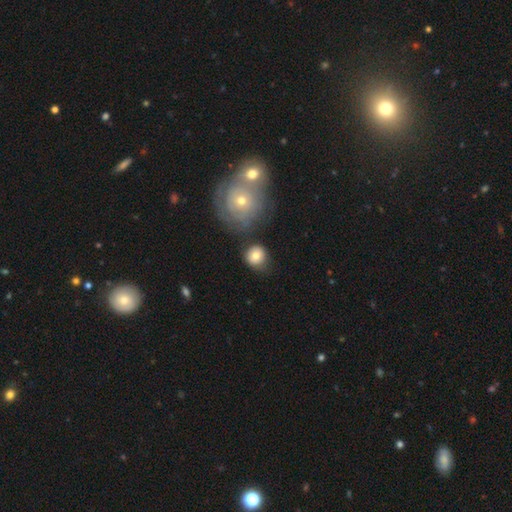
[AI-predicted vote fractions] smooth 74%, featured or disk 17%, star or artifact 8%. Down the decision tree: how rounded — round (90%); merging — none (71%).